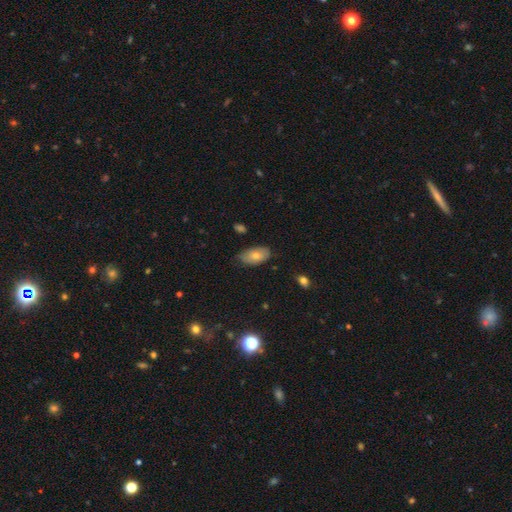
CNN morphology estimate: Smooth or featured: smooth — 71% (featured or disk — 21%)
How rounded: in between — 93% (round — 5%)
Merging: none — 68% (minor disturbance — 27%)